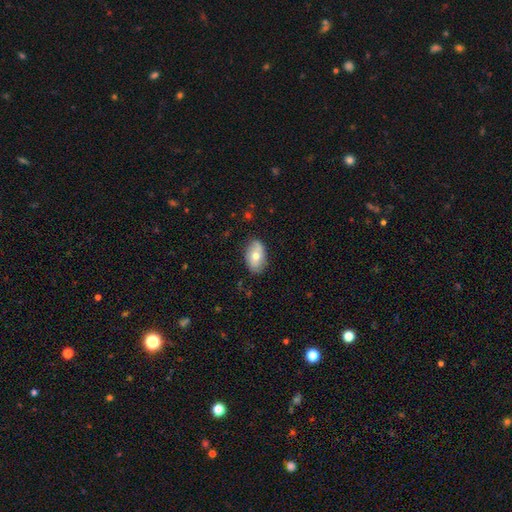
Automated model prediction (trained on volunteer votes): smooth 65%, featured or disk 28%, star or artifact 7%. Down the decision tree: how rounded — in between (91%); merging — none (81%).